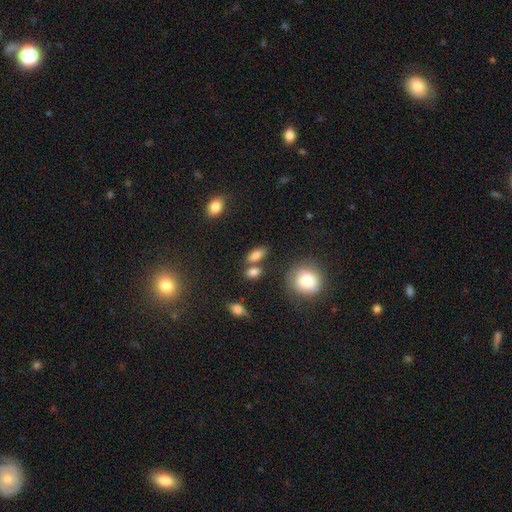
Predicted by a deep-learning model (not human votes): A smooth galaxy with no disk features (80%) that is in between round and cigar-shaped (80%).

Vote fractions:
- Smooth or featured? smooth: 80% / star or artifact: 10% / featured or disk: 10%
- How rounded? in between: 80% / cigar-shaped: 11% / round: 9%
- Merging? none: 61% / merger: 21% / minor disturbance: 13% / major disturbance: 5%